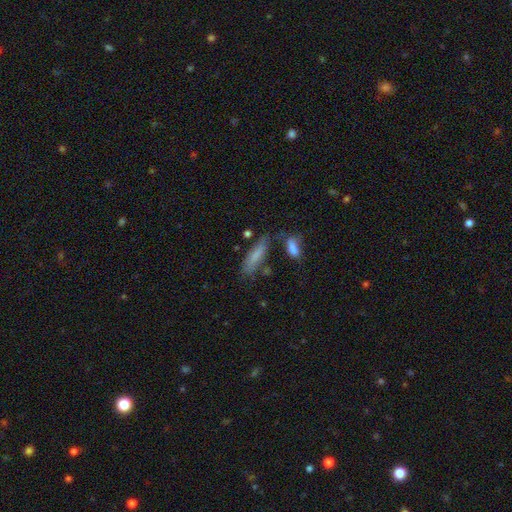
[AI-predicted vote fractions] The model was most divided on "how rounded": cigar-shaped: 65%, in between: 33%, round: 2%. More confident: smooth or featured — smooth (73%); merging — none (62%).